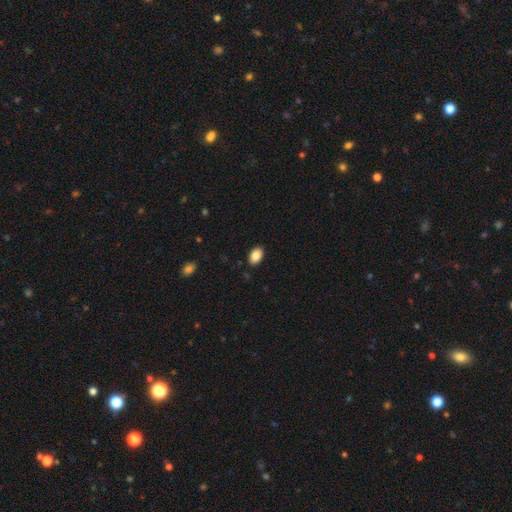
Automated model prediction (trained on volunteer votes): Smooth or featured? smooth (87%)
How rounded? in between (89%)
Merging? none (89%)